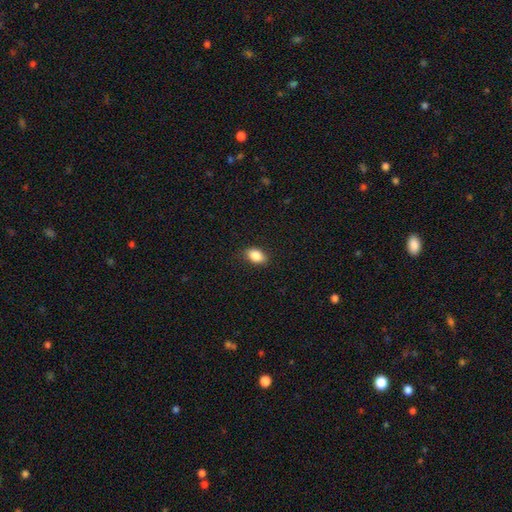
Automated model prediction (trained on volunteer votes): smooth_or_featured: smooth (p=0.86) [alt: star or artifact p=0.08]
how_rounded: in between (p=0.86) [alt: round p=0.12]
merging: none (p=0.86) [alt: minor disturbance p=0.10]